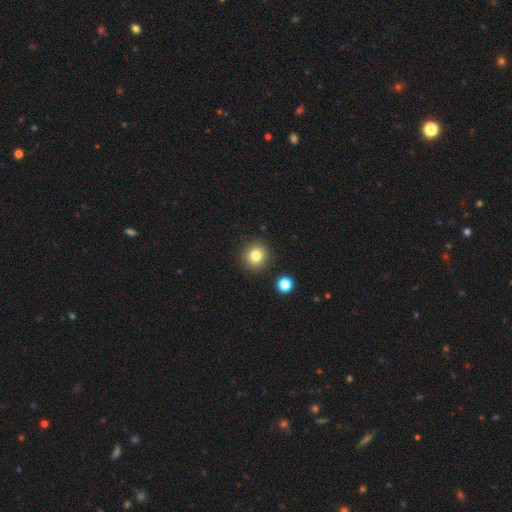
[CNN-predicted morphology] Smooth or featured: smooth — 81% (star or artifact — 12%)
How rounded: round — 92% (in between — 7%)
Merging: none — 89% (minor disturbance — 6%)